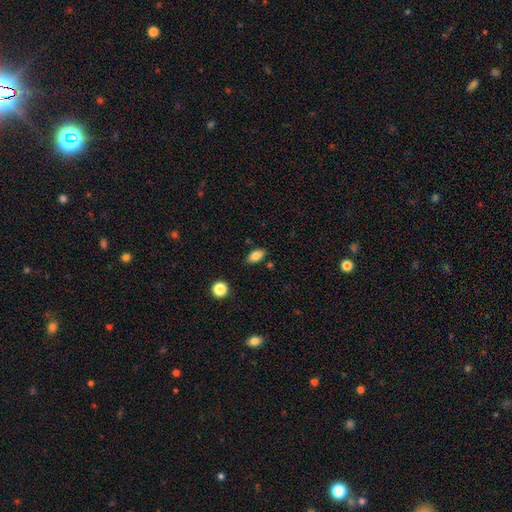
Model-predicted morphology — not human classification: smooth_or_featured: smooth (p=0.83) [alt: star or artifact p=0.09]
how_rounded: in between (p=0.89) [alt: round p=0.06]
merging: none (p=0.85) [alt: minor disturbance p=0.10]